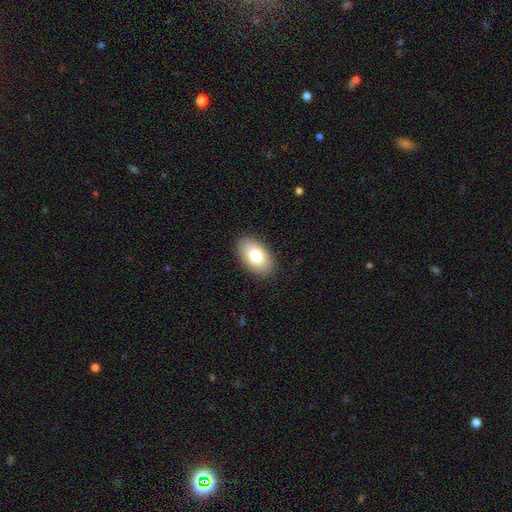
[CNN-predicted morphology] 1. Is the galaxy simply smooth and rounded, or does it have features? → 77% smooth, 16% featured or disk, 8% star or artifact.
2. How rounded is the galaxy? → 93% in between, 6% round, 1% cigar-shaped.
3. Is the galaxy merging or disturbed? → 89% none, 8% minor disturbance, 2% major disturbance, 1% merger.